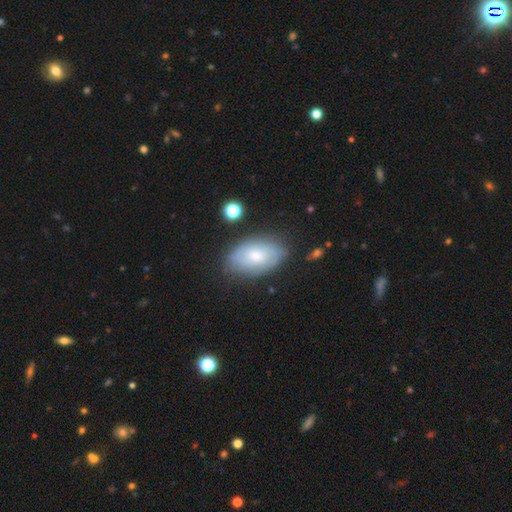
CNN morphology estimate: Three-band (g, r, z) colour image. It shows a smooth galaxy with no disk features (49%). Merging: none (71%).